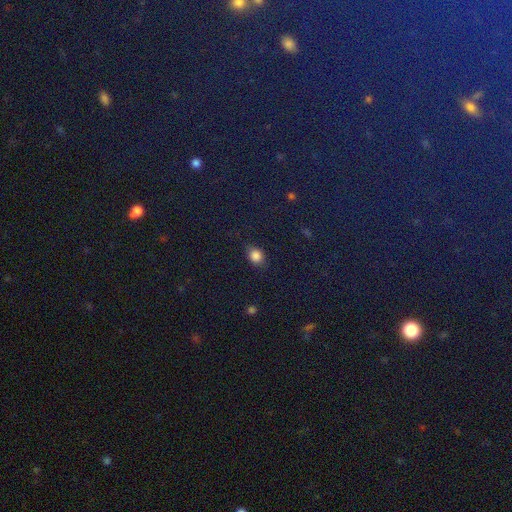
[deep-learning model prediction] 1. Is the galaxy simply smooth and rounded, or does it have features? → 83% smooth, 11% star or artifact, 6% featured or disk.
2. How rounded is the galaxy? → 51% in between, 48% round, 2% cigar-shaped.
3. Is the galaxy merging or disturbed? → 76% none, 18% minor disturbance, 5% major disturbance, 2% merger.